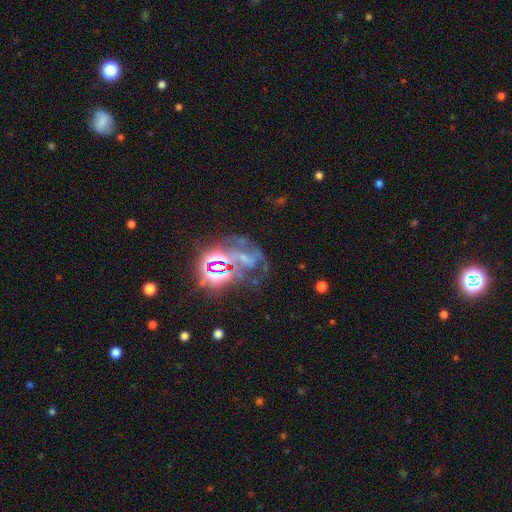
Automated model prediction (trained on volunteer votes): Smooth or featured? Predicted: star or artifact (p=0.54).